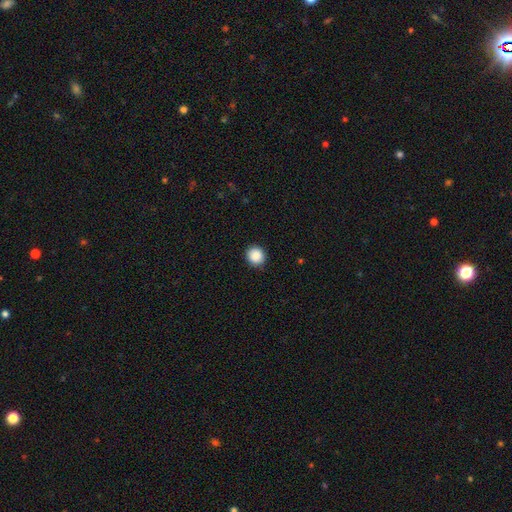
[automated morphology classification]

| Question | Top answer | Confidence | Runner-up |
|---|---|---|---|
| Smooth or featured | smooth | 89% | star or artifact (9%) |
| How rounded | round | 91% | in between (8%) |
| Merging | none | 90% | minor disturbance (7%) |